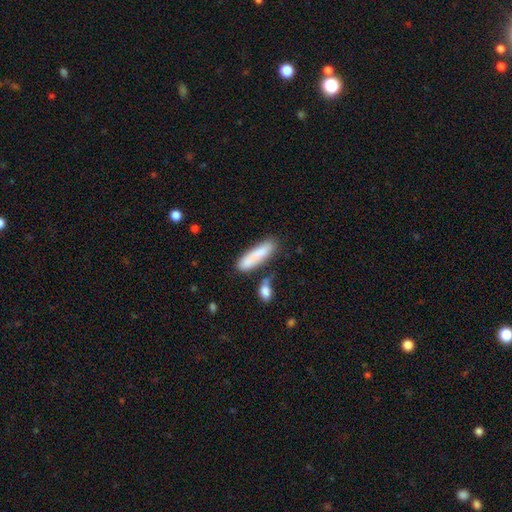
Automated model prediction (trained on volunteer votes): Smooth or featured? Predicted: smooth (p=0.81). How rounded? Predicted: cigar-shaped (p=0.67). Merging? Predicted: none (p=0.66).